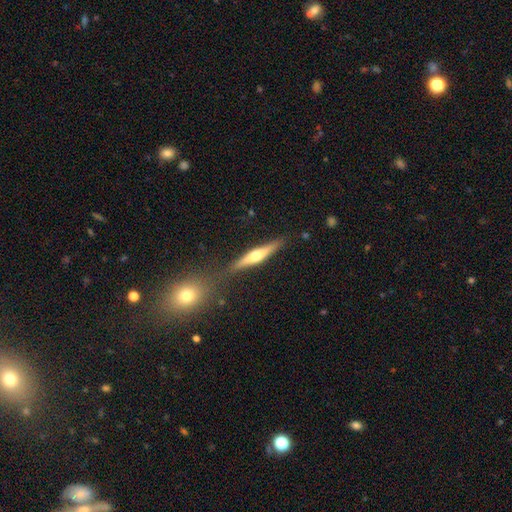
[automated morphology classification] smooth-or-featured: featured or disk: 63% | smooth: 31% | star or artifact: 6%
  disk-edge-on: yes: 96% | no: 4%
    edge-on-bulge: rounded: 92% | boxy: 4% | none: 4%
  merging: none: 82% | minor disturbance: 11% | merger: 5% | major disturbance: 3%